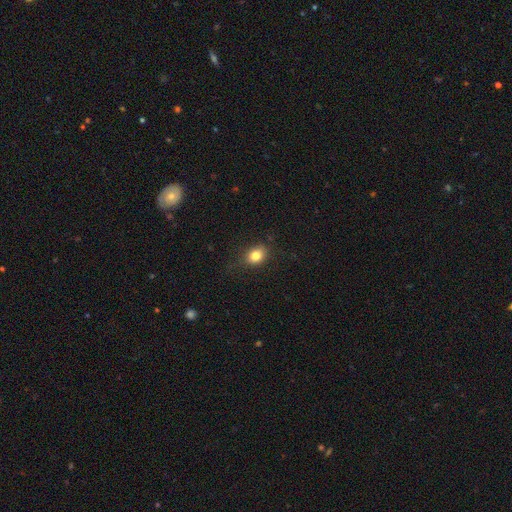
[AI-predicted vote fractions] Smooth or featured?
  - smooth: 82% *
  - star or artifact: 11%
  - featured or disk: 8%
How rounded?
  - in between: 57% *
  - round: 42%
  - cigar-shaped: 1%
Merging?
  - none: 81% *
  - minor disturbance: 14%
  - major disturbance: 4%
  - merger: 1%